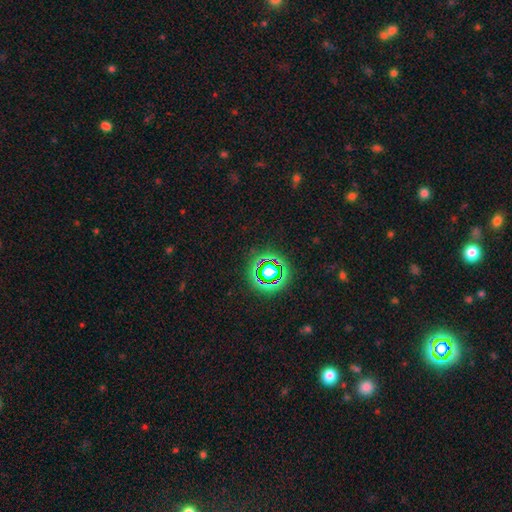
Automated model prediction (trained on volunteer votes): star or artifact 74%, smooth 17%, featured or disk 9%.